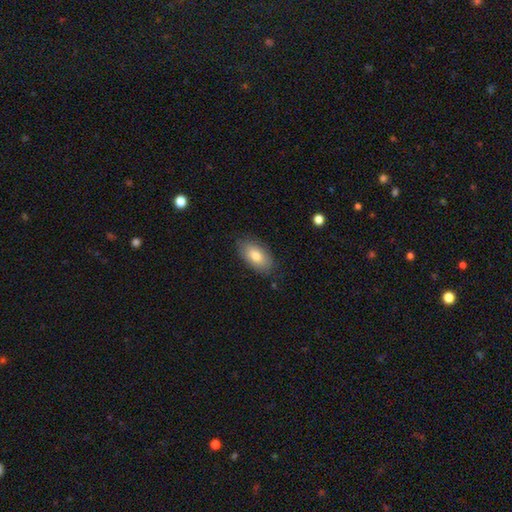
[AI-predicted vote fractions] smooth 78%, featured or disk 16%, star or artifact 7%. Down the decision tree: how rounded — in between (93%); merging — none (83%).